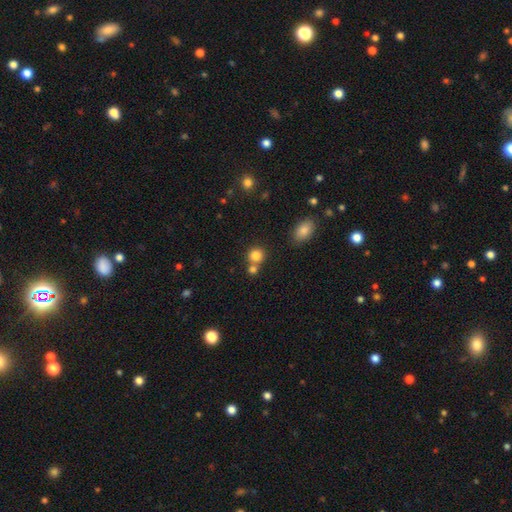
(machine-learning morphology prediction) type=smooth (81%); roundness=round (87%); merging=none (60%).